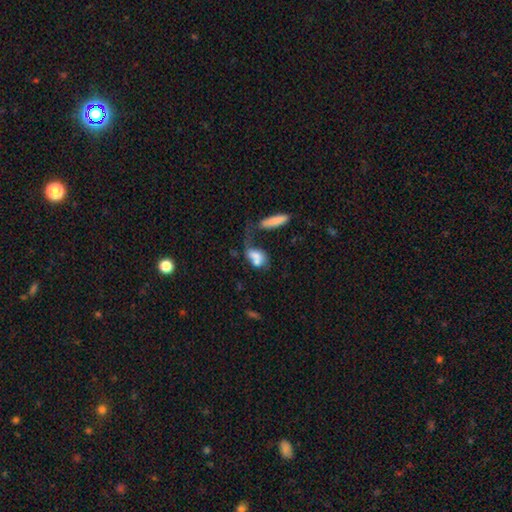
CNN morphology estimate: This is likely a smooth galaxy (67%). How rounded: likely in between (74%). Merging: marginally merger (43%).